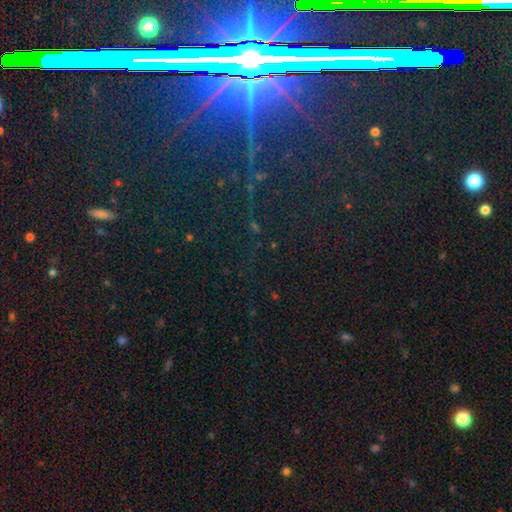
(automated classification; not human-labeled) Smooth or featured: star or artifact — 82% (featured or disk — 10%)